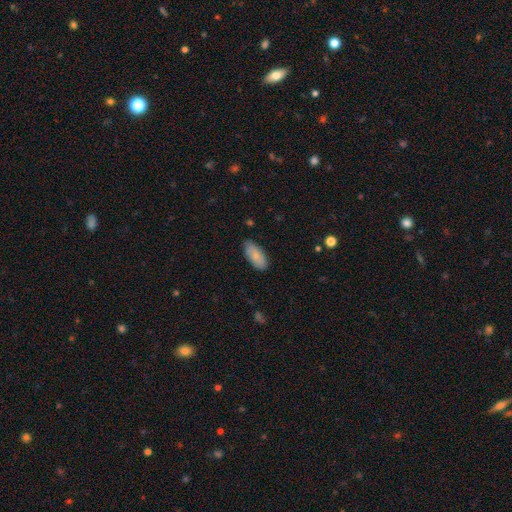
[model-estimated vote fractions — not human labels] smooth_or_featured: smooth (p=0.83) [alt: featured or disk p=0.11]
how_rounded: in between (p=0.89) [alt: cigar-shaped p=0.09]
merging: none (p=0.80) [alt: minor disturbance p=0.16]